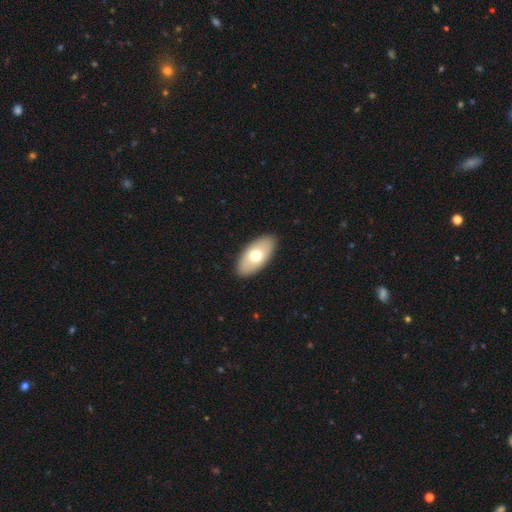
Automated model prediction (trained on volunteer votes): smooth_or_featured: smooth (p=0.66) [alt: featured or disk p=0.29]
how_rounded: in between (p=0.94) [alt: cigar-shaped p=0.04]
merging: none (p=0.89) [alt: minor disturbance p=0.08]